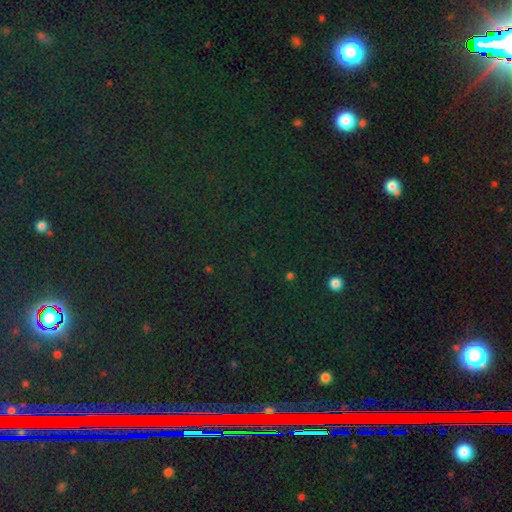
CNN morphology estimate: Smooth or featured? Predicted: star or artifact (p=0.81).